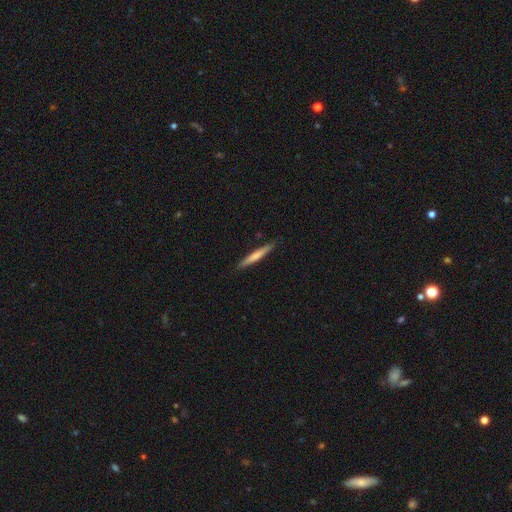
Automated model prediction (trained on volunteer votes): smooth 59%, featured or disk 35%, star or artifact 5%. Down the decision tree: how rounded — cigar-shaped (96%); merging — none (90%).